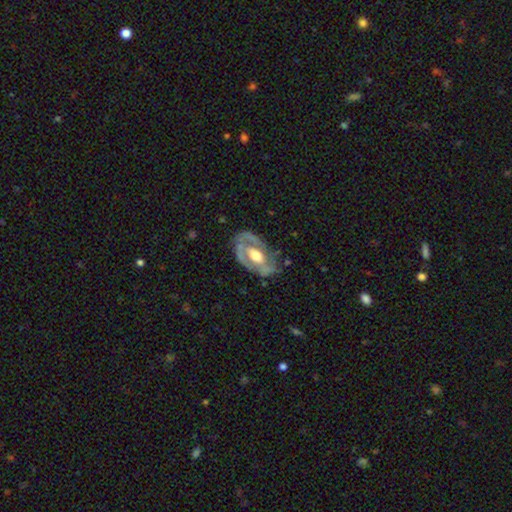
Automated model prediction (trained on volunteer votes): Morphology: type=featured or disk (75%); edge-on=no (93%); bar=no (60%); spiral arms=yes (60%); bulge=moderate (60%); merging=none (59%).